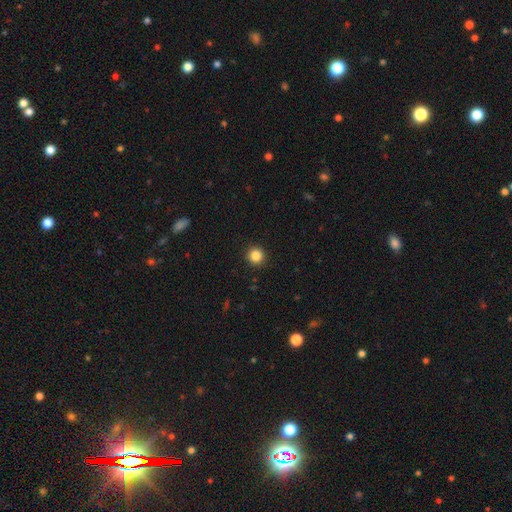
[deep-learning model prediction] A smooth galaxy with no disk features (85%) that is round (95%). Merging: none (92%).